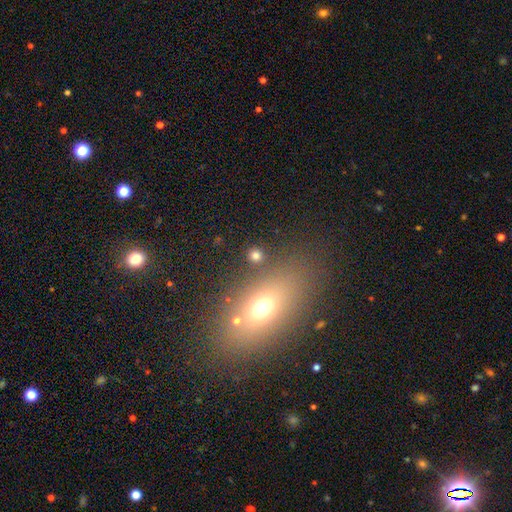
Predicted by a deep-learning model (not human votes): A smooth galaxy with no disk features (74%) that is round (79%). Merging: none (81%).